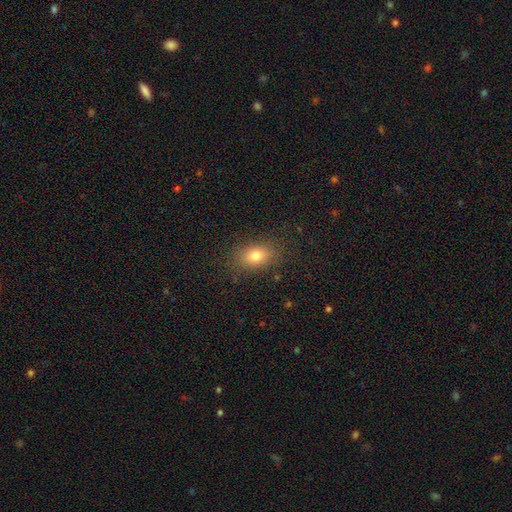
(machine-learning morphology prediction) The model was most divided on "how rounded": in between: 79%, round: 19%, cigar-shaped: 3%. More confident: merging — none (84%); smooth or featured — smooth (78%).